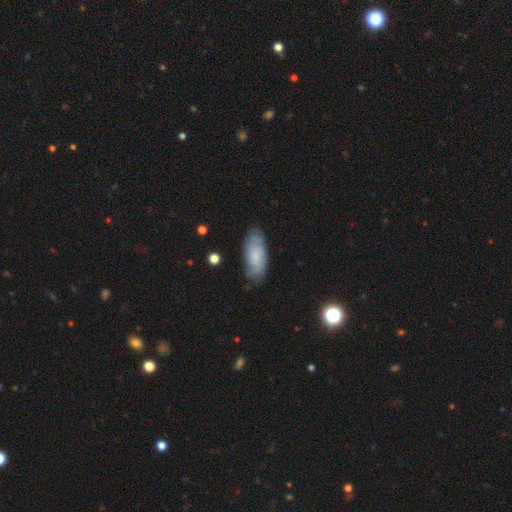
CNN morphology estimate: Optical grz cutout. It shows a smooth galaxy with no disk features (61%) that is in between round and cigar-shaped (83%). Merging: none (78%).